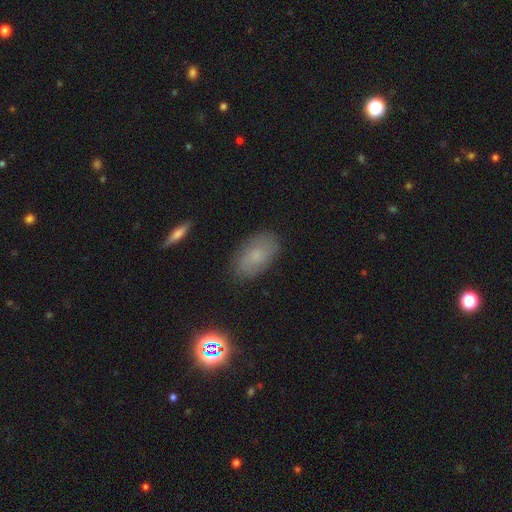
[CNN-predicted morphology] smooth 65%, featured or disk 22%, star or artifact 14%. Down the decision tree: how rounded — in between (91%); merging — none (82%).